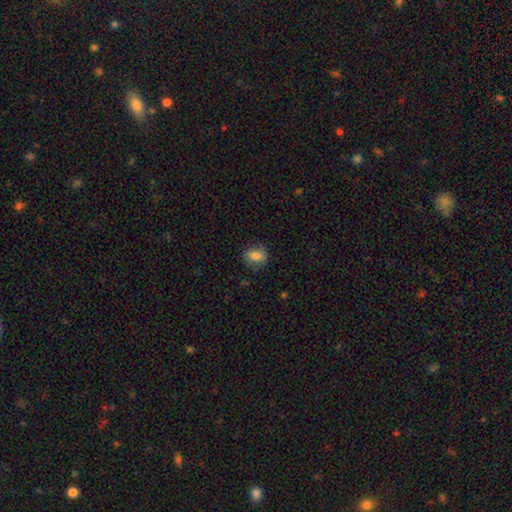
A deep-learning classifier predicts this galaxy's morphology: Smooth or featured? smooth (78%)
How rounded? in between (62%)
Merging? none (79%)